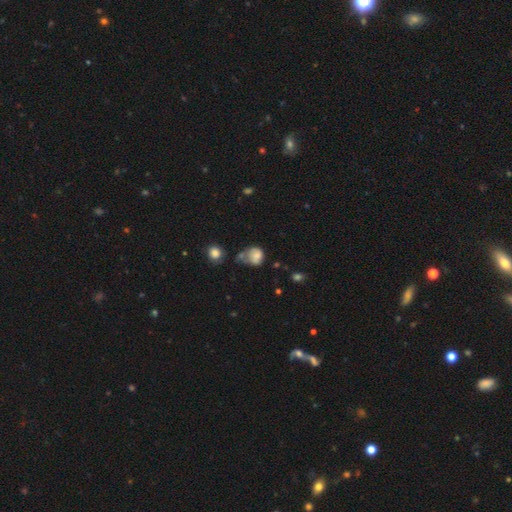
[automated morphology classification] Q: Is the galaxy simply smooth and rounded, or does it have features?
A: smooth — 70%.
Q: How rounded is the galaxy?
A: round — 60%.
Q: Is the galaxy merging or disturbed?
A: none — 28%.